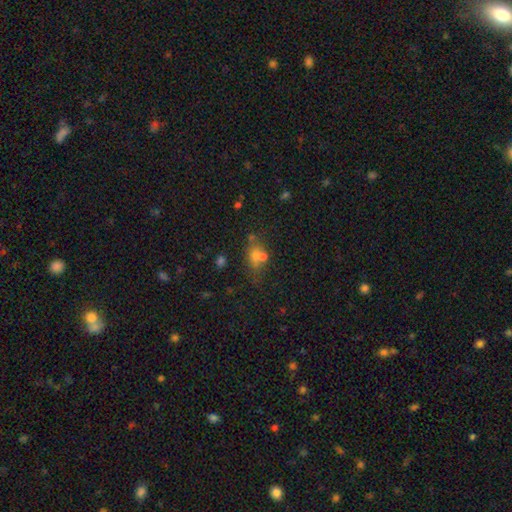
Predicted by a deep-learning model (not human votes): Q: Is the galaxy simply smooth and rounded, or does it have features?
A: smooth — 57%.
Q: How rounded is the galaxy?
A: in between — 50%.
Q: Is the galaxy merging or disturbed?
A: none — 45%.